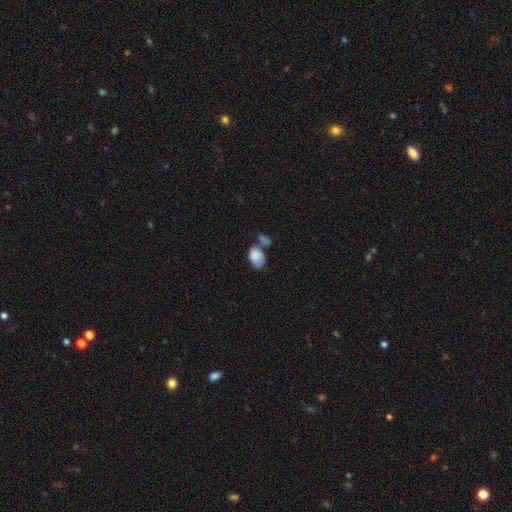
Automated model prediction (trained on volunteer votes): This appears to be a smooth galaxy with no disk features (83%) that is in between round and cigar-shaped (85%). Merging: merger (41%).